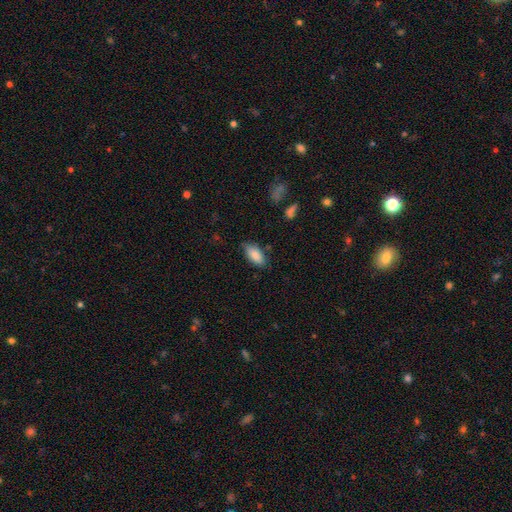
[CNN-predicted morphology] smooth 84%, featured or disk 9%, star or artifact 7%. Down the decision tree: how rounded — in between (87%); merging — none (73%).